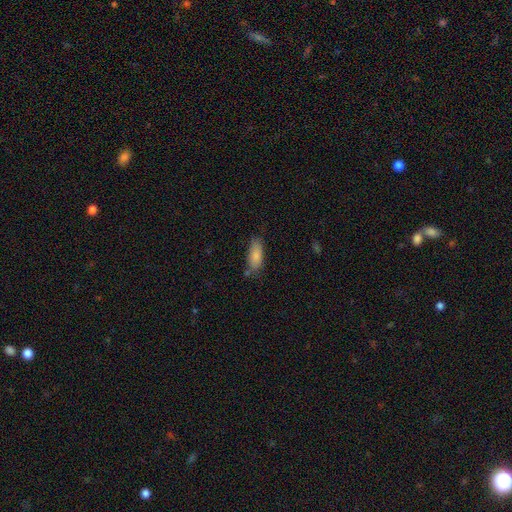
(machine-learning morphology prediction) type=smooth (84%); roundness=in between (77%); merging=none (67%).